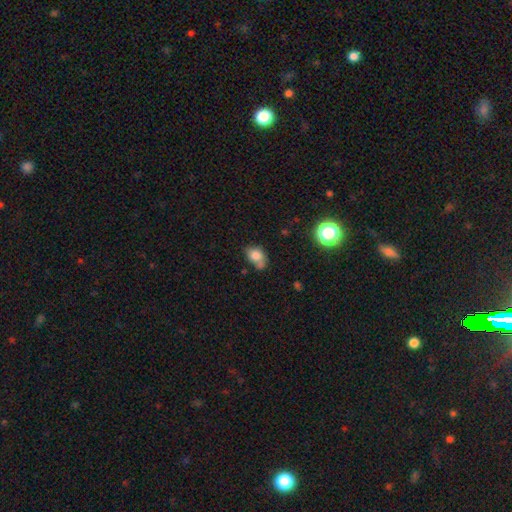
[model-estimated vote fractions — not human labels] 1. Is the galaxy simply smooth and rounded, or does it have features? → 77% smooth, 12% star or artifact, 11% featured or disk.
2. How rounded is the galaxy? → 64% in between, 35% round, 1% cigar-shaped.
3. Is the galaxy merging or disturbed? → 41% none, 25% merger, 24% minor disturbance, 10% major disturbance.